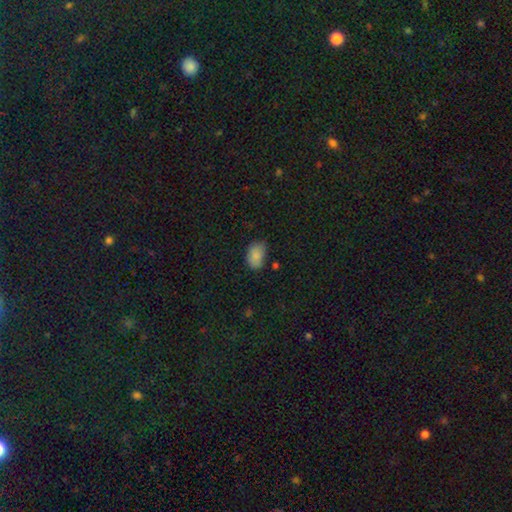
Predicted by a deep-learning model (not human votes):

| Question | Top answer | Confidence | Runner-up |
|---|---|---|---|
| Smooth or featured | smooth | 86% | star or artifact (9%) |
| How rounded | in between | 88% | round (11%) |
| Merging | none | 65% | minor disturbance (27%) |